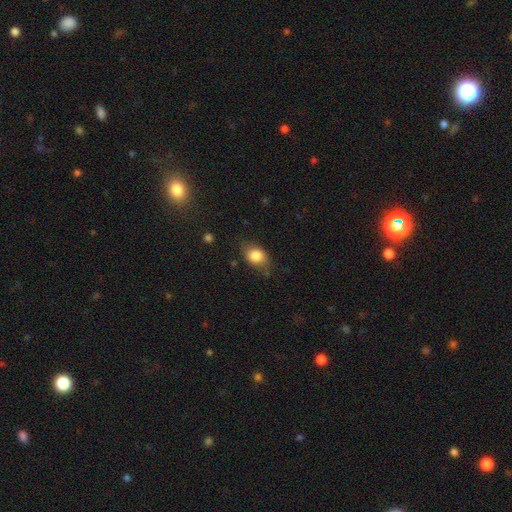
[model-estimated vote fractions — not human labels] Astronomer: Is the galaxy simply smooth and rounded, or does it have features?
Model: smooth — 82%.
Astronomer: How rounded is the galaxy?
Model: in between — 72%.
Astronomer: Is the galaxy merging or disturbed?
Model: none — 71%.